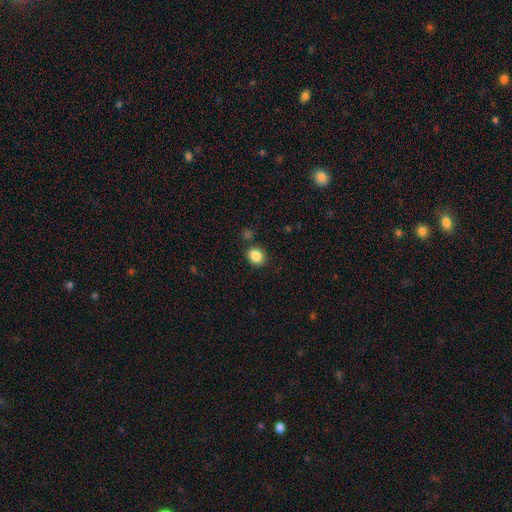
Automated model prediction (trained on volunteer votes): A smooth galaxy with no disk features (86%) that is round (63%). Merging: none (82%).